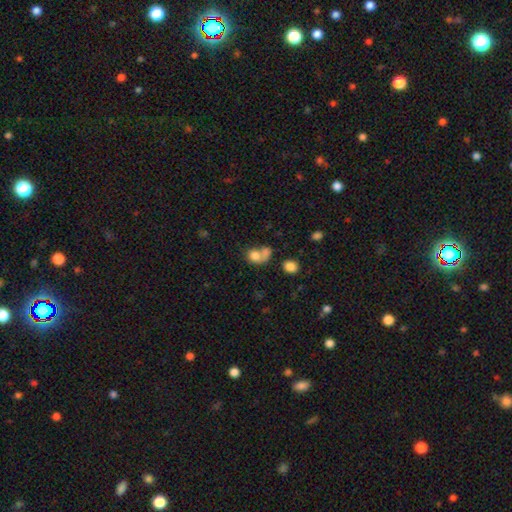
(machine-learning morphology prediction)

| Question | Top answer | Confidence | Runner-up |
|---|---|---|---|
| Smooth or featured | smooth | 78% | featured or disk (12%) |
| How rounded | round | 54% | in between (45%) |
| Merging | merger | 56% | none (27%) |